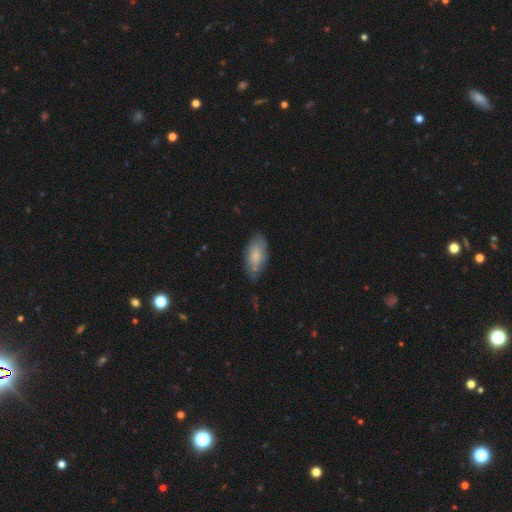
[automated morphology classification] smooth_or_featured: smooth (p=0.74) [alt: featured or disk p=0.20]
how_rounded: in between (p=0.90) [alt: cigar-shaped p=0.07]
merging: none (p=0.64) [alt: minor disturbance p=0.28]